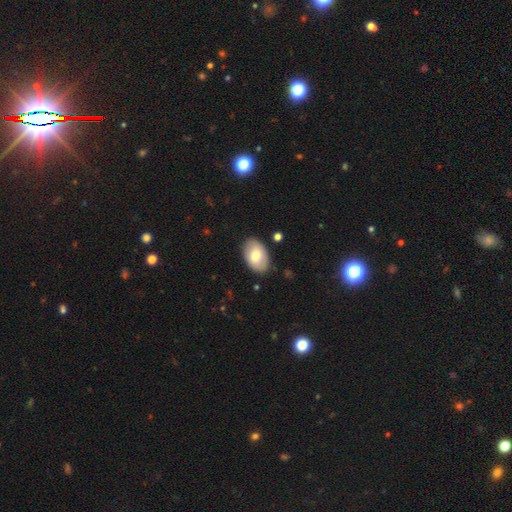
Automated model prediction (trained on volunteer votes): Q: Smooth or featured?
A: smooth (72%); runner-up: featured or disk (22%)
Q: How rounded?
A: in between (91%); runner-up: round (8%)
Q: Merging?
A: none (84%); runner-up: minor disturbance (11%)